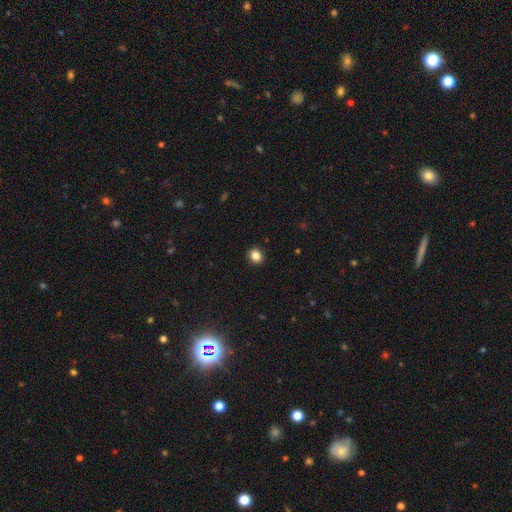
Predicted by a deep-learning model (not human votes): smooth-or-featured: smooth: 85% | star or artifact: 11% | featured or disk: 5%
  how-rounded: round: 69% | in between: 30% | cigar-shaped: 1%
  merging: none: 91% | minor disturbance: 6% | major disturbance: 2% | merger: 1%